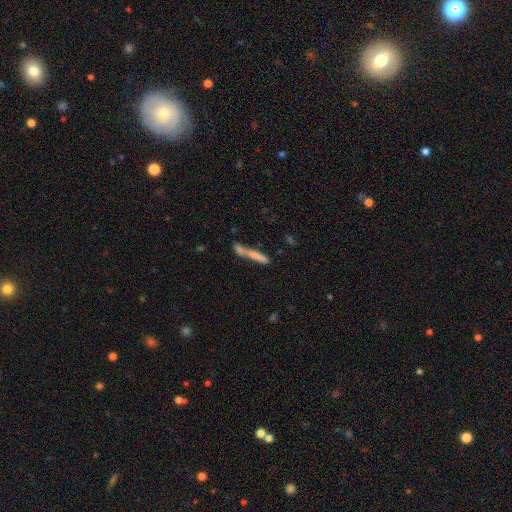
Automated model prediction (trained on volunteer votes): Q: Smooth or featured?
A: smooth (68%); runner-up: featured or disk (24%)
Q: How rounded?
A: cigar-shaped (90%); runner-up: in between (8%)
Q: Merging?
A: none (42%); runner-up: merger (38%)